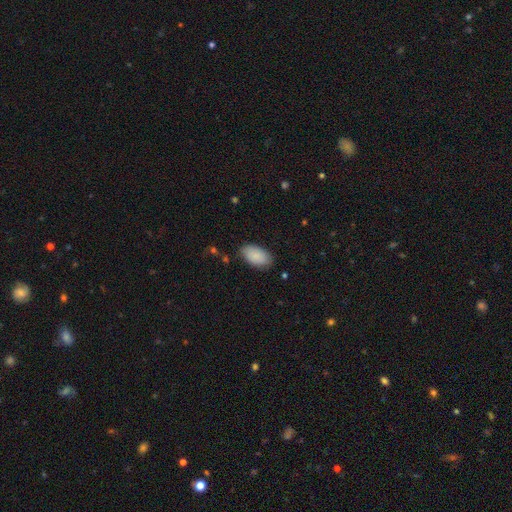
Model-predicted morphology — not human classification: Overall: smooth (89%). How rounded: in between (95%). Merging: none (83%).